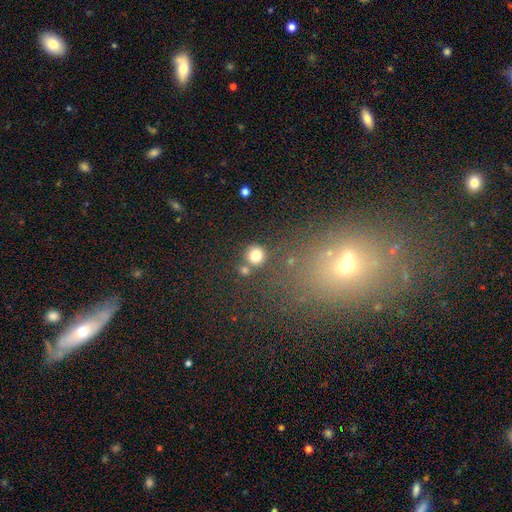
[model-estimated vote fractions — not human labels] This is likely a smooth galaxy (80%). How rounded: clearly round (93%). Merging: likely none (77%).